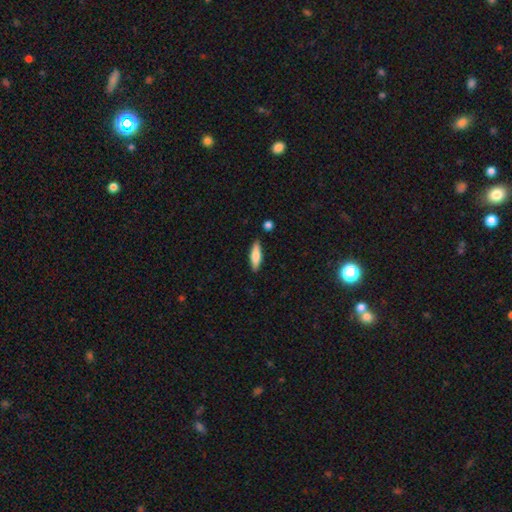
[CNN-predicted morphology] This is likely a smooth galaxy (73%). How rounded: possibly cigar-shaped (58%). Merging: clearly none (85%).